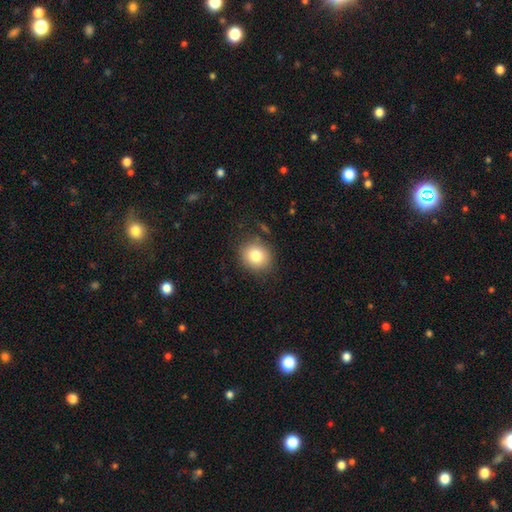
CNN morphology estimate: Overall: smooth (81%). How rounded: round (74%). Merging: none (85%).